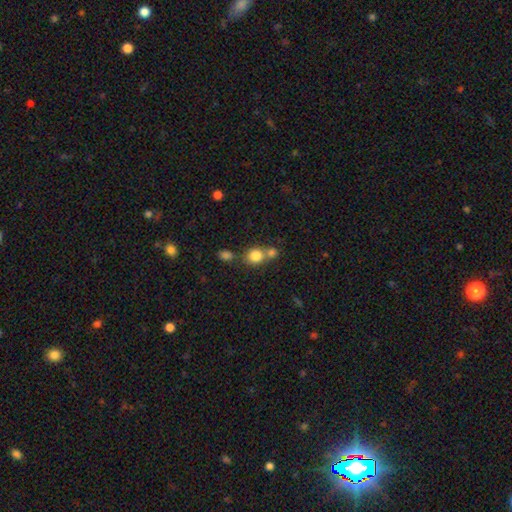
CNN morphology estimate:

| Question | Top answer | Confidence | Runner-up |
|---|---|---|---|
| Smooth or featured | smooth | 81% | star or artifact (10%) |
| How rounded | round | 77% | in between (22%) |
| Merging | none | 49% | merger (38%) |